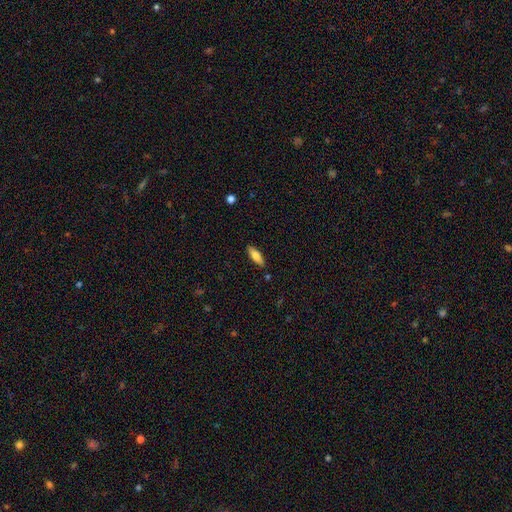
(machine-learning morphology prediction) smooth-or-featured: smooth: 73% | featured or disk: 20% | star or artifact: 6%
  how-rounded: in between: 60% | cigar-shaped: 37% | round: 2%
  merging: none: 85% | minor disturbance: 11% | major disturbance: 2% | merger: 2%